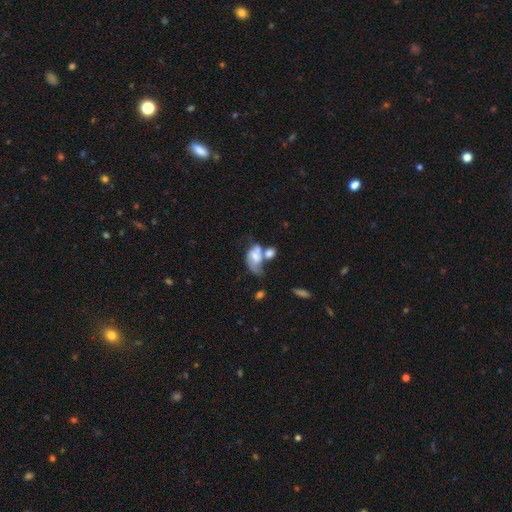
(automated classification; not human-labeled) A smooth galaxy with no disk features (51%) that is in between round and cigar-shaped (85%). Merging: merger (48%).